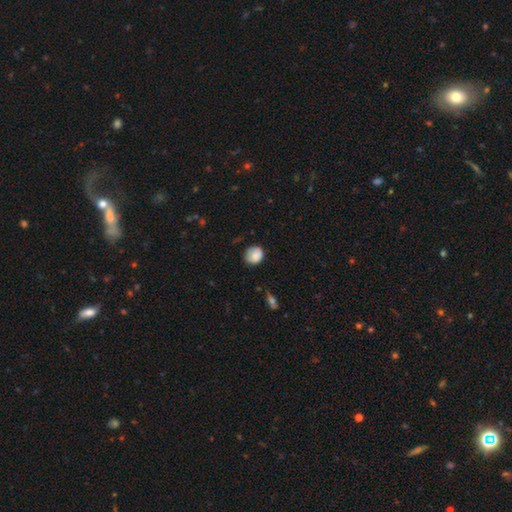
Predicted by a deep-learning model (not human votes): Smooth or featured? smooth (83%)
How rounded? round (78%)
Merging? none (67%)